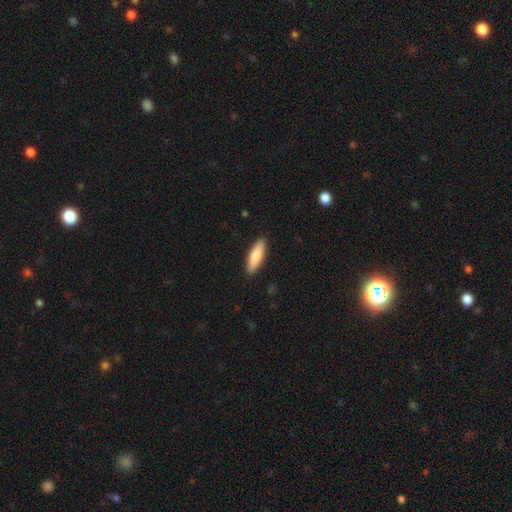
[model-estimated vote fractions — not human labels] Smooth or featured?
  - smooth: 79% *
  - featured or disk: 16%
  - star or artifact: 5%
How rounded?
  - cigar-shaped: 60% *
  - in between: 38%
  - round: 2%
Merging?
  - none: 90% *
  - minor disturbance: 8%
  - major disturbance: 2%
  - merger: 1%